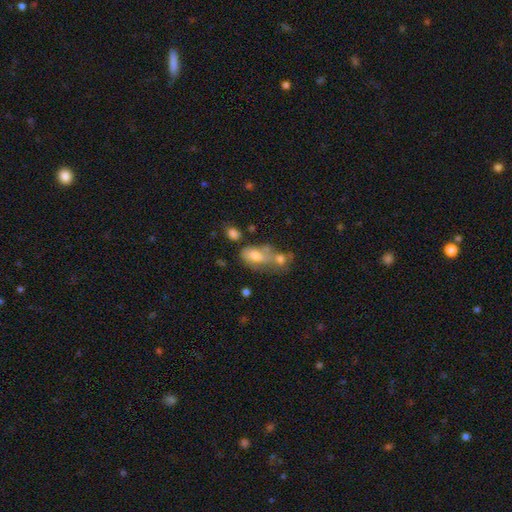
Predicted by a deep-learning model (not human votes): smooth-or-featured: smooth: 62% | featured or disk: 27% | star or artifact: 11%
  how-rounded: in between: 86% | round: 9% | cigar-shaped: 5%
  merging: merger: 43% | none: 26% | minor disturbance: 17% | major disturbance: 15%